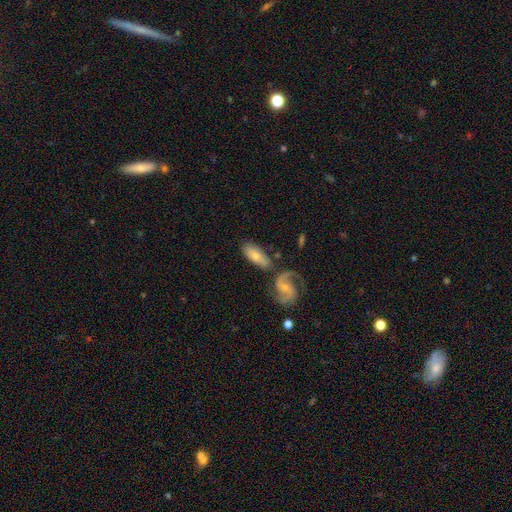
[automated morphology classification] A smooth galaxy with no disk features (54%) that is in between round and cigar-shaped (80%).

Vote fractions:
- Smooth or featured? smooth: 54% / featured or disk: 40% / star or artifact: 7%
- How rounded? in between: 80% / cigar-shaped: 16% / round: 4%
- Merging? none: 59% / merger: 18% / minor disturbance: 16% / major disturbance: 6%